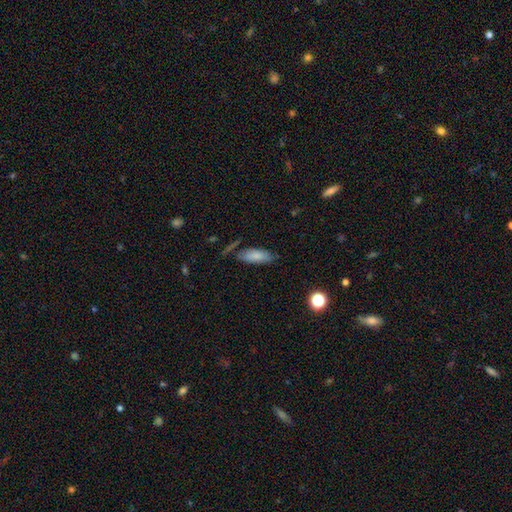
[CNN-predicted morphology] Smooth or featured: smooth — 79% (featured or disk — 14%)
How rounded: in between — 74% (cigar-shaped — 24%)
Merging: none — 63% (minor disturbance — 24%)